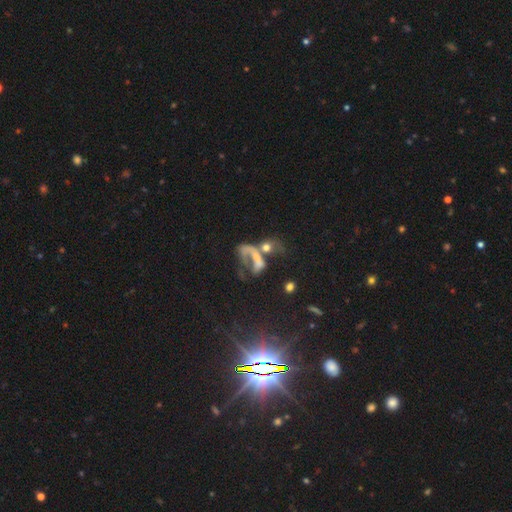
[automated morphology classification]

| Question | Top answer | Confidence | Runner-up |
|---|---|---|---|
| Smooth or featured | featured or disk | 47% | smooth (30%) |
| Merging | merger | 42% | major disturbance (29%) |